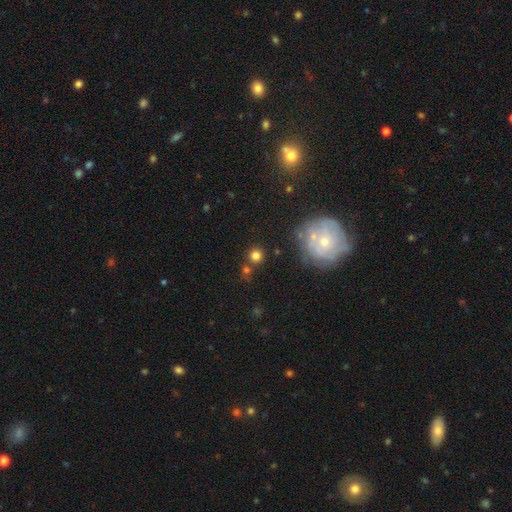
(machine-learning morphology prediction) The model was most divided on "smooth or featured": smooth: 77%, star or artifact: 14%, featured or disk: 9%. More confident: how rounded — round (92%); merging — none (75%).